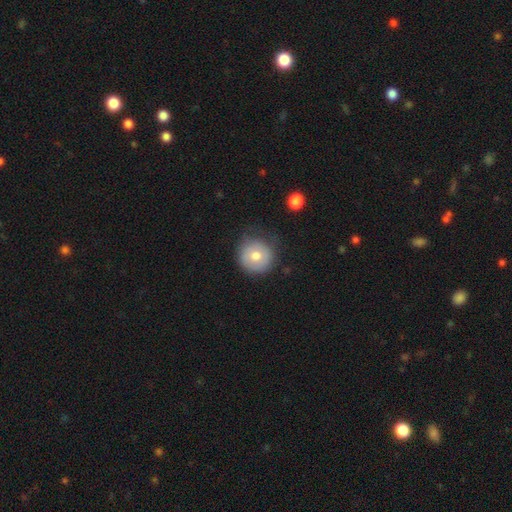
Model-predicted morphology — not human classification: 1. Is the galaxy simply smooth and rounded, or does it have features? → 71% smooth, 21% featured or disk, 9% star or artifact.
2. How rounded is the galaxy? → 94% round, 5% in between, 1% cigar-shaped.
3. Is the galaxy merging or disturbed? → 74% none, 19% minor disturbance, 6% major disturbance, 2% merger.